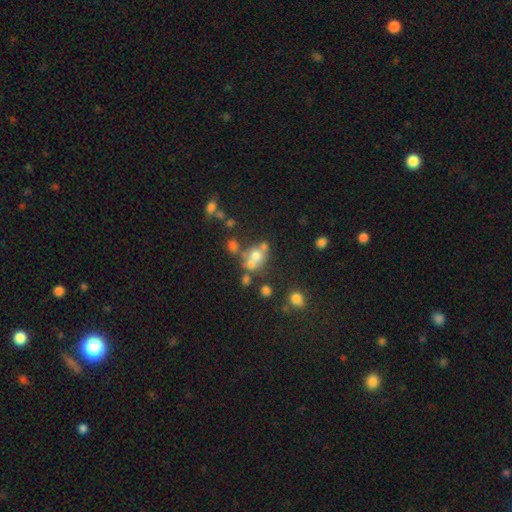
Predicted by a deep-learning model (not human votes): A smooth galaxy with no disk features (56%) that is round (63%). Merging: merger (41%).